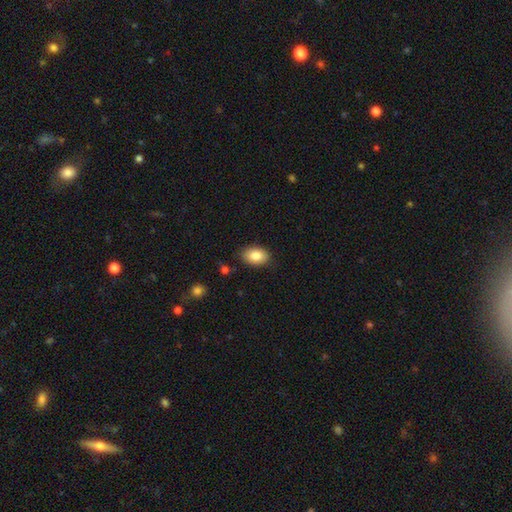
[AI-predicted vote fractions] This is clearly a smooth galaxy (86%). How rounded: clearly in between (88%). Merging: clearly none (86%).